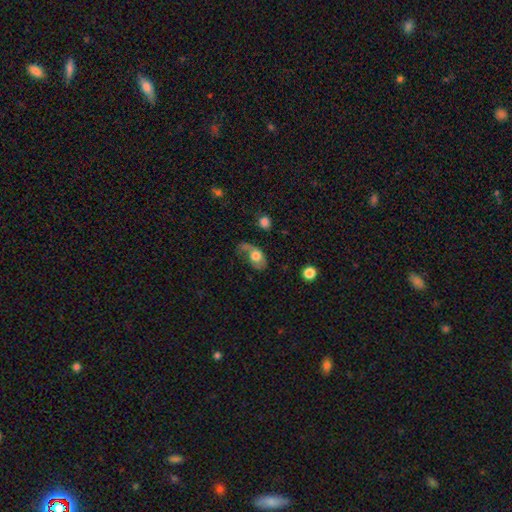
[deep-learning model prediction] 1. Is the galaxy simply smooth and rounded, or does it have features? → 60% smooth, 32% featured or disk, 8% star or artifact.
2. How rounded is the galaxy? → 80% in between, 17% round, 3% cigar-shaped.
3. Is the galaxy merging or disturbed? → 37% major disturbance, 30% none, 25% minor disturbance, 8% merger.